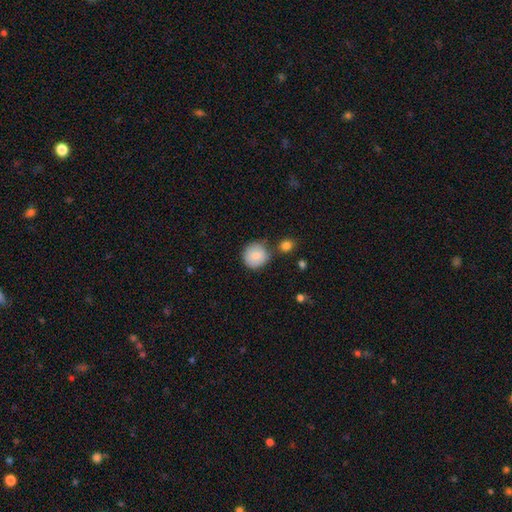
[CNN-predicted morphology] Q: Smooth or featured?
A: smooth (83%); runner-up: featured or disk (9%)
Q: How rounded?
A: round (92%); runner-up: in between (7%)
Q: Merging?
A: none (72%); runner-up: minor disturbance (15%)